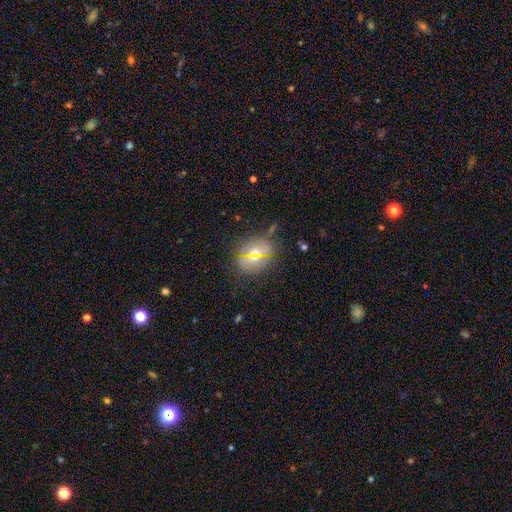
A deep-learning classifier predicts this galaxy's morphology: Smooth or featured? Predicted: smooth (p=0.57). How rounded? Predicted: round (p=0.68). Merging? Predicted: none (p=0.81).